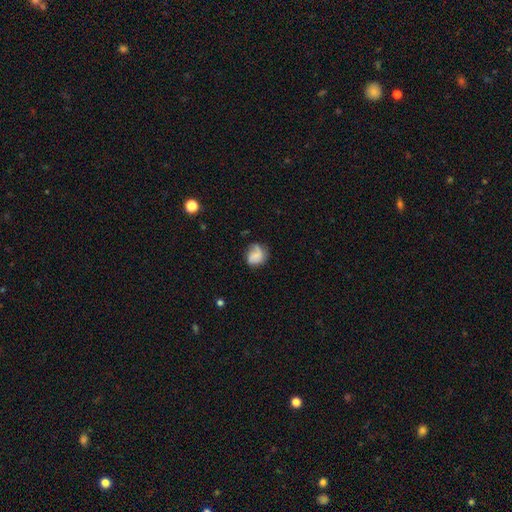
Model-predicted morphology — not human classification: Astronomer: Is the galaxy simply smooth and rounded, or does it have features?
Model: smooth — 59%.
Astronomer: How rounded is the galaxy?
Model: round — 65%.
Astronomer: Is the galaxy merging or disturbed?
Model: none — 51% (runner-up: minor disturbance, 28%).